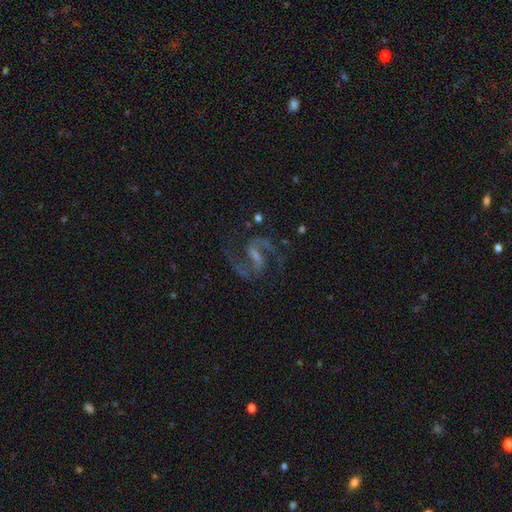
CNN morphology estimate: Smooth or featured?
  - featured or disk: 91% *
  - star or artifact: 5%
  - smooth: 3%
Edge-on disk?
  - no: 98% *
  - yes: 2%
Bar?
  - weak: 47% *
  - strong: 41%
  - no: 12%
Spiral arms?
  - yes: 98% *
  - no: 2%
Spiral winding?
  - medium: 62% *
  - loose: 29%
  - tight: 9%
Spiral arm count?
  - 2: 94% *
  - can't tell: 1%
  - 1: 1%
  - 3: 1%
  - 4: 1%
  - more than 4: 1%
Bulge size?
  - small: 43% *
  - none: 29%
  - moderate: 24%
  - large: 3%
  - dominant: 1%
Merging?
  - none: 79% *
  - minor disturbance: 12%
  - major disturbance: 8%
  - merger: 2%